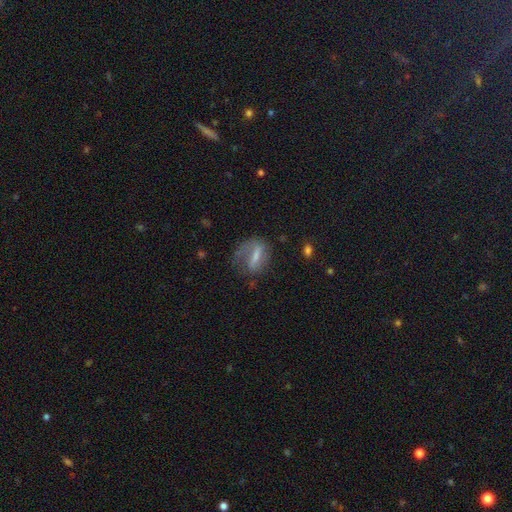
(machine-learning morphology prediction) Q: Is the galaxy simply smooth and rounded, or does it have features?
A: featured or disk — 49%.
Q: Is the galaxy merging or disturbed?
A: none — 47%.